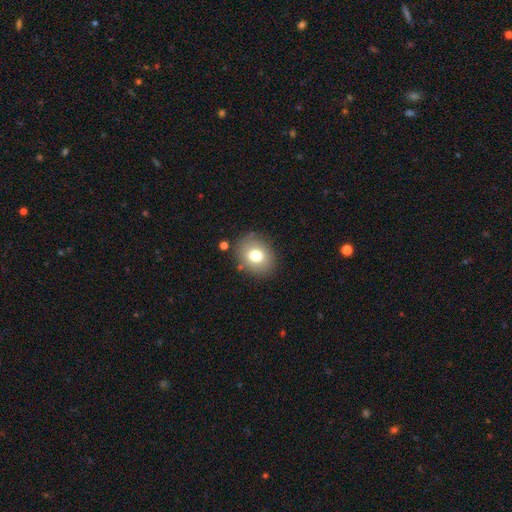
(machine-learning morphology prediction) This appears to be a smooth galaxy with no disk features (74%) that is round (56%). Merging: none (82%).